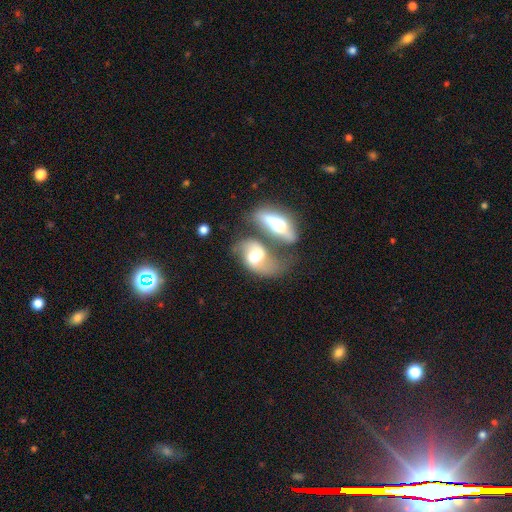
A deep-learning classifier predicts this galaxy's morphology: Smooth or featured? Predicted: featured or disk (p=0.65). Edge-on disk? Predicted: no (p=0.91). Bar? Predicted: no (p=0.42). Spiral arms? Predicted: yes (p=0.85). Spiral winding? Predicted: loose (p=0.60). Spiral arm count? Predicted: 2 (p=0.83). Bulge size? Predicted: moderate (p=0.59). Merging? Predicted: merger (p=0.53).